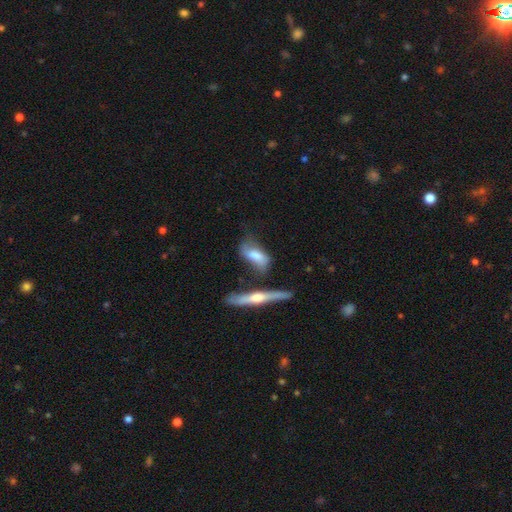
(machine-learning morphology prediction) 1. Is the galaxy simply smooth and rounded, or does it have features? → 55% smooth, 38% featured or disk, 7% star or artifact.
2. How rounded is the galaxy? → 71% in between, 24% cigar-shaped, 5% round.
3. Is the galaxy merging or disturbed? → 43% none, 28% minor disturbance, 15% merger, 13% major disturbance.